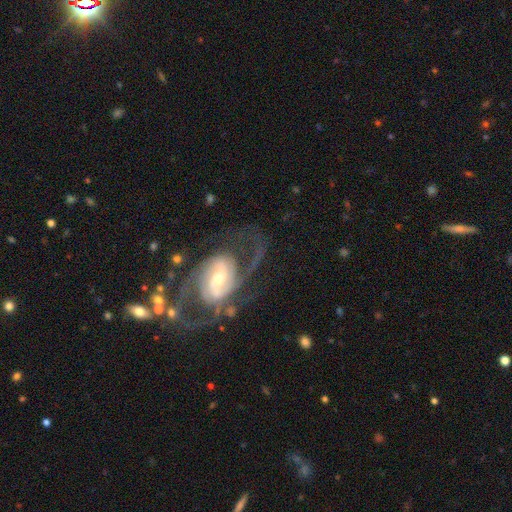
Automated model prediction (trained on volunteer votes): A featured or disk galaxy (80%) with no bar (48%), 2 (64%) medium (44%) spiral arms (88%) and a moderate central bulge (42%). Merging: none (65%).